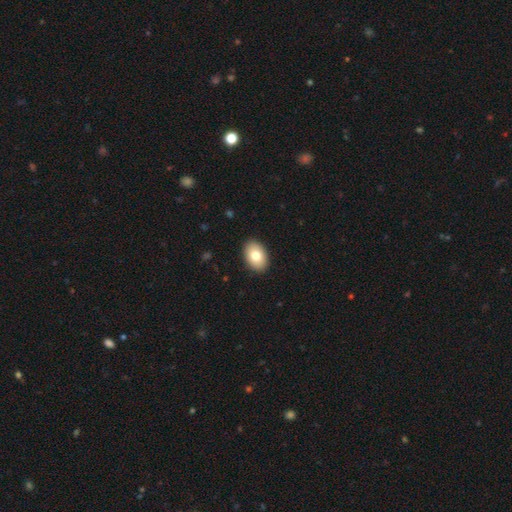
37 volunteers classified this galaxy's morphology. Smooth or featured: smooth — 84% (featured or disk — 16%)
How rounded: in between — 81% (round — 16%)
Merging: none — 86% (minor disturbance — 5%)